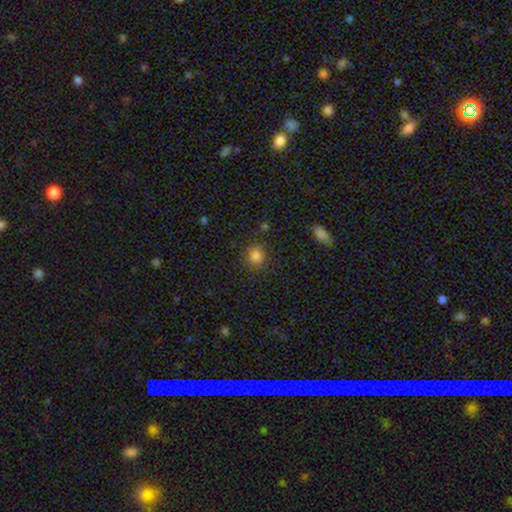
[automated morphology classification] Smooth or featured?
  - smooth: 82% *
  - star or artifact: 14%
  - featured or disk: 5%
How rounded?
  - round: 87% *
  - in between: 12%
  - cigar-shaped: 1%
Merging?
  - none: 87% *
  - minor disturbance: 8%
  - major disturbance: 3%
  - merger: 2%